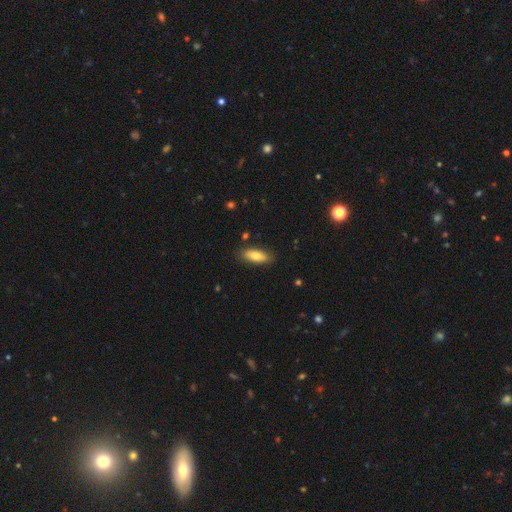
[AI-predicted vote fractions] A smooth galaxy with no disk features (75%) that is in between round and cigar-shaped (80%).

Vote fractions:
- Smooth or featured? smooth: 75% / featured or disk: 18% / star or artifact: 7%
- How rounded? in between: 80% / cigar-shaped: 18% / round: 2%
- Merging? none: 84% / minor disturbance: 12% / major disturbance: 2% / merger: 2%